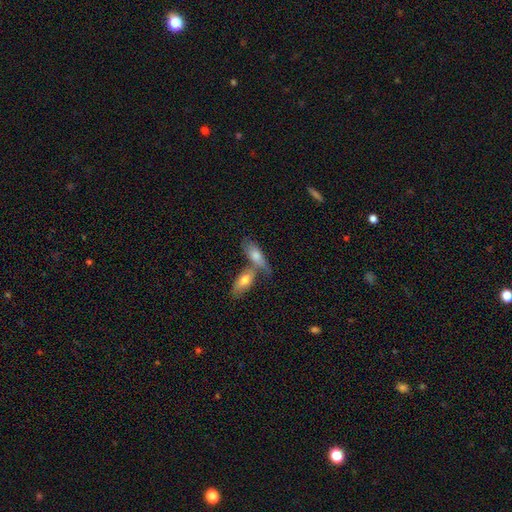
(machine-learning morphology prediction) Smooth or featured? smooth (70%)
How rounded? in between (75%)
Merging? merger (56%)